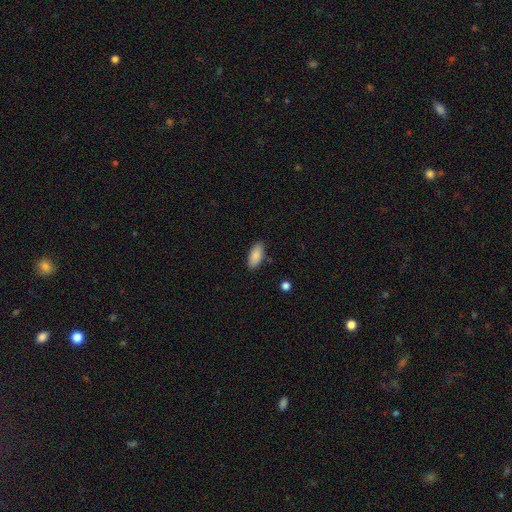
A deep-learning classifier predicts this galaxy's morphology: Q: Smooth or featured?
A: smooth (88%); runner-up: star or artifact (7%)
Q: How rounded?
A: in between (88%); runner-up: cigar-shaped (10%)
Q: Merging?
A: none (85%); runner-up: minor disturbance (11%)